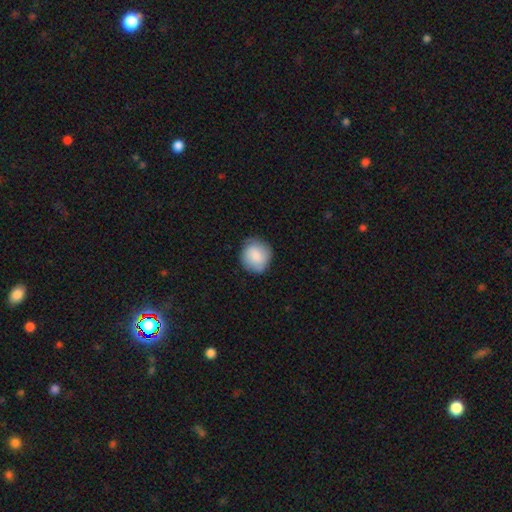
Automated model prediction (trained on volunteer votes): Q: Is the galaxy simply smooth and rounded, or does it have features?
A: smooth — 82%.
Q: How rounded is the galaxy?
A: round — 84%.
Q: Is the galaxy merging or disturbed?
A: none — 75%.